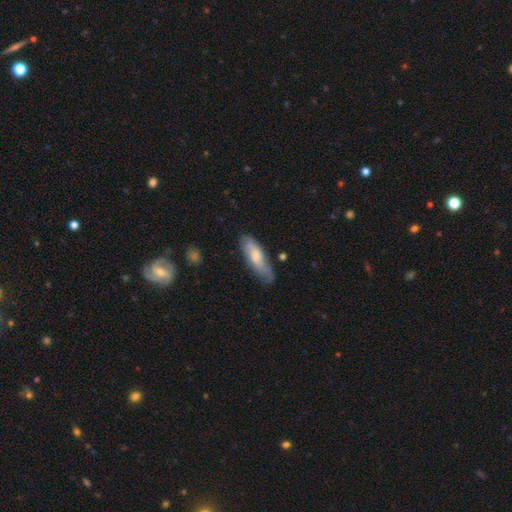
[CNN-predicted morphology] A smooth galaxy with no disk features (60%) that is in between round and cigar-shaped (54%).

Vote fractions:
- Smooth or featured? smooth: 60% / featured or disk: 34% / star or artifact: 6%
- How rounded? in between: 54% / cigar-shaped: 44% / round: 2%
- Merging? none: 67% / minor disturbance: 25% / major disturbance: 6% / merger: 3%